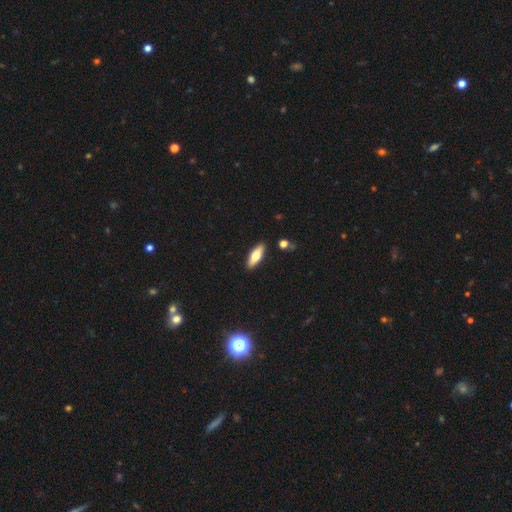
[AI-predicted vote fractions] smooth_or_featured: smooth (p=0.64) [alt: featured or disk p=0.30]
how_rounded: in between (p=0.61) [alt: cigar-shaped p=0.36]
merging: none (p=0.89) [alt: minor disturbance p=0.07]